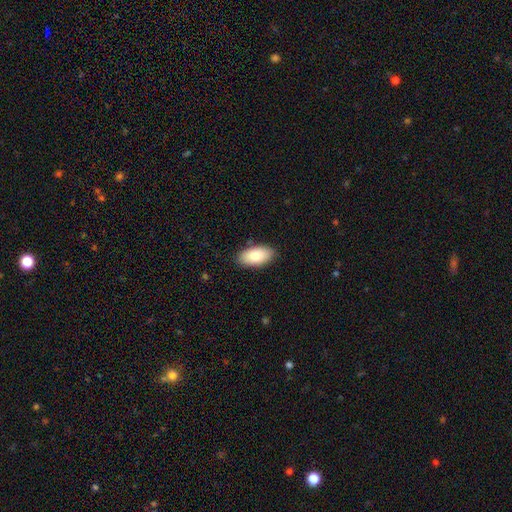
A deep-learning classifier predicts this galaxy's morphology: Q: Smooth or featured?
A: smooth (84%); runner-up: featured or disk (10%)
Q: How rounded?
A: in between (94%); runner-up: cigar-shaped (3%)
Q: Merging?
A: none (87%); runner-up: minor disturbance (10%)